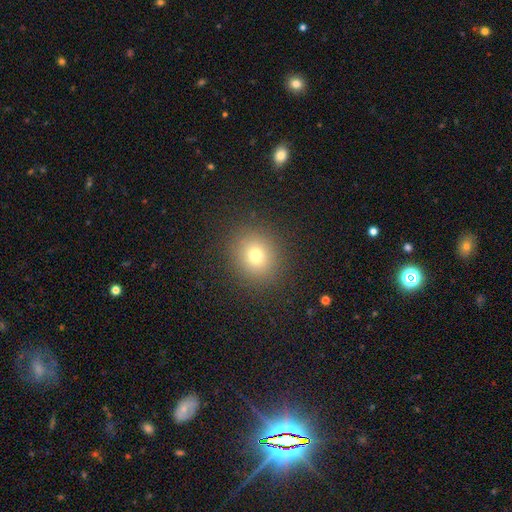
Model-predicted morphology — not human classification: smooth-or-featured: smooth: 75% | star or artifact: 16% | featured or disk: 9%
  how-rounded: round: 82% | in between: 17% | cigar-shaped: 1%
  merging: none: 90% | minor disturbance: 6% | major disturbance: 3% | merger: 1%